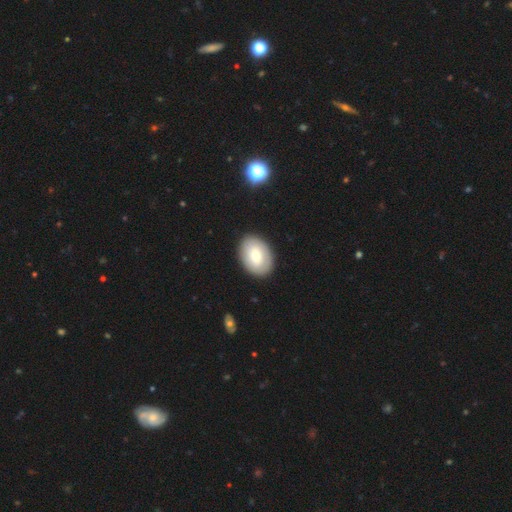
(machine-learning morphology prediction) The model was most divided on "smooth or featured": smooth: 68%, featured or disk: 26%, star or artifact: 6%. More confident: merging — none (88%); how rounded — in between (78%).